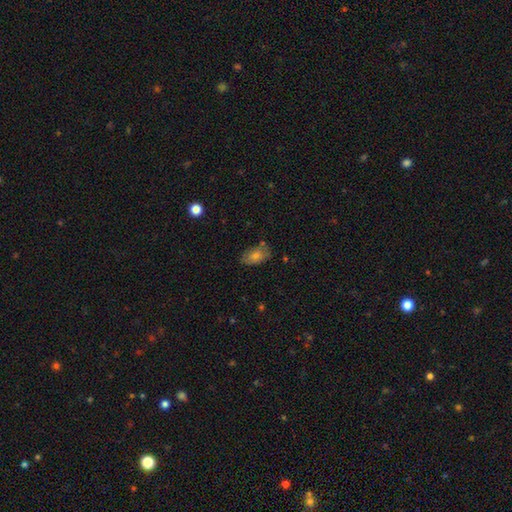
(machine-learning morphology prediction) Q: Smooth or featured?
A: smooth (66%); runner-up: featured or disk (21%)
Q: How rounded?
A: in between (89%); runner-up: round (8%)
Q: Merging?
A: none (74%); runner-up: minor disturbance (18%)